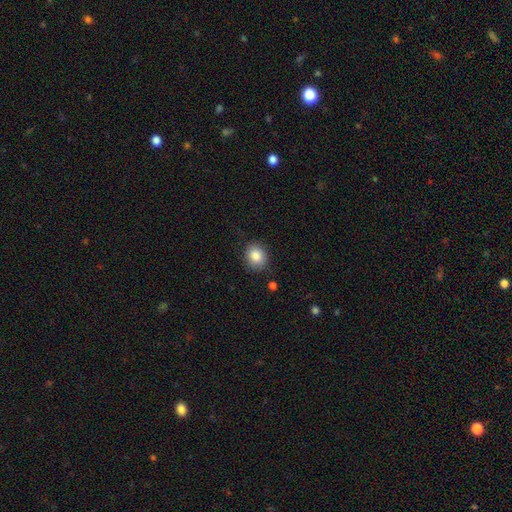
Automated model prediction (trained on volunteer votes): Smooth or featured?
  - smooth: 86% *
  - star or artifact: 9%
  - featured or disk: 6%
How rounded?
  - round: 64% *
  - in between: 35%
  - cigar-shaped: 1%
Merging?
  - none: 84% *
  - minor disturbance: 12%
  - major disturbance: 3%
  - merger: 2%